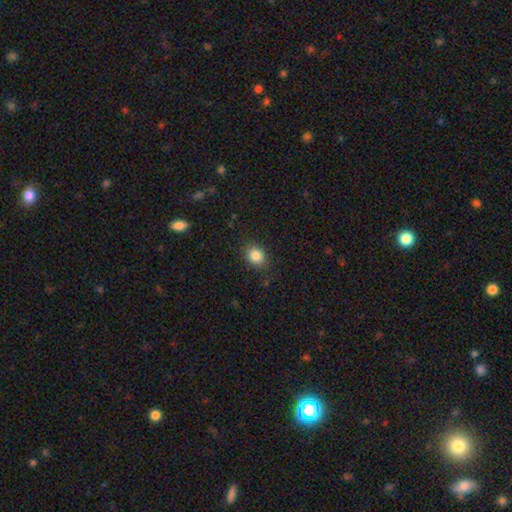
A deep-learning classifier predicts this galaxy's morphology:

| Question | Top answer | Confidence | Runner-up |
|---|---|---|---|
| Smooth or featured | smooth | 84% | star or artifact (10%) |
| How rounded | round | 52% | in between (47%) |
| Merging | none | 86% | minor disturbance (10%) |